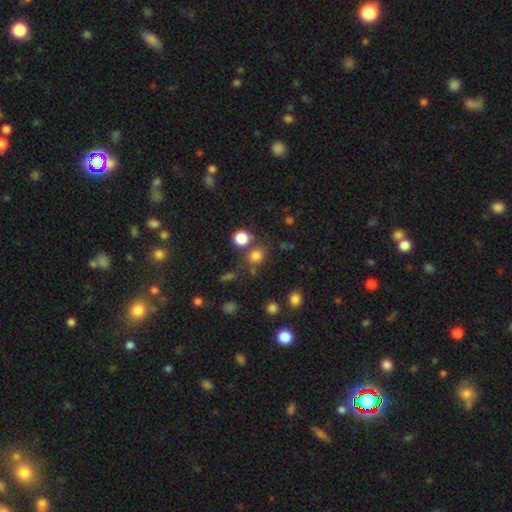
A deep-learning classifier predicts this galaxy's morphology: Smooth or featured: smooth — 78% (star or artifact — 16%)
How rounded: round — 75% (in between — 24%)
Merging: none — 69% (merger — 16%)